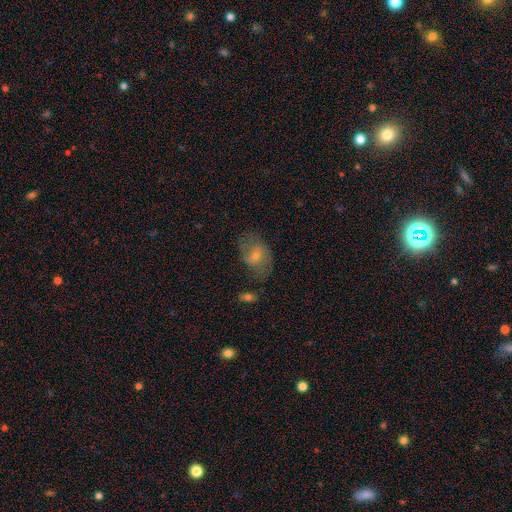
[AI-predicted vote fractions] Overall: featured or disk (52%; smooth 35%). Edge-on disk: no (95%). Merging: none (64%).